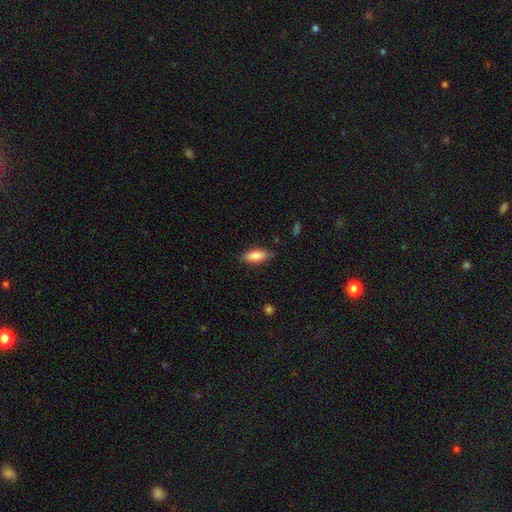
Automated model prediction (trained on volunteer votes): Smooth or featured: smooth — 79% (featured or disk — 15%)
How rounded: in between — 70% (cigar-shaped — 28%)
Merging: none — 82% (minor disturbance — 14%)